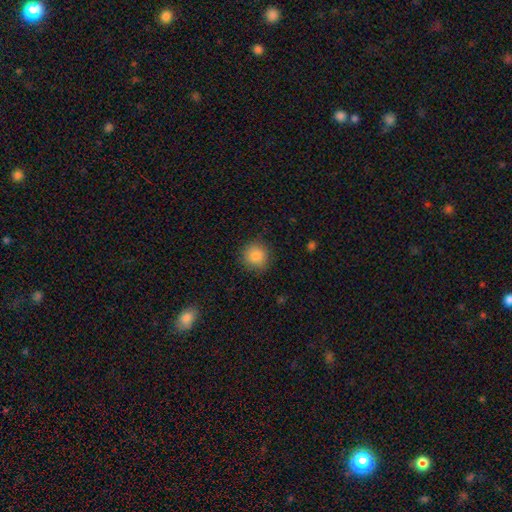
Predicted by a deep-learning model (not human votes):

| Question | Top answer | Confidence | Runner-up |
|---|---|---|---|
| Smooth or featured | smooth | 86% | star or artifact (9%) |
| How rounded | round | 93% | in between (6%) |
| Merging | none | 88% | minor disturbance (9%) |